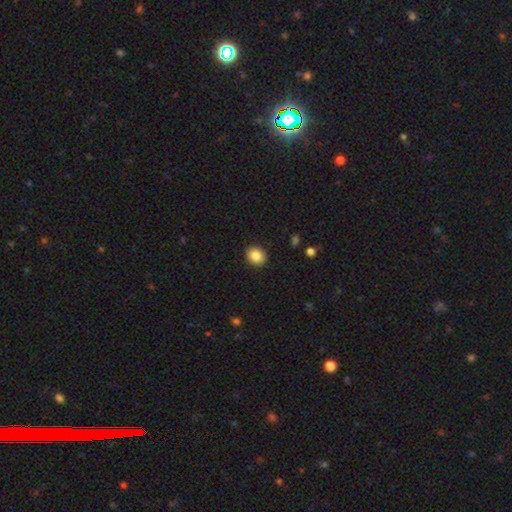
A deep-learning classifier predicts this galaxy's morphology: Smooth or featured? smooth (87%)
How rounded? round (66%)
Merging? none (90%)